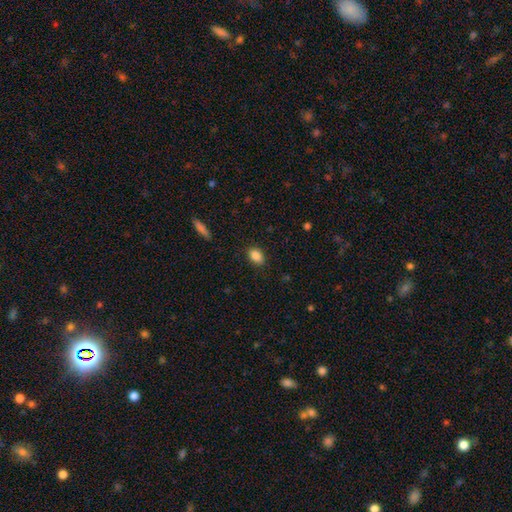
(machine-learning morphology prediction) Smooth or featured?
  - smooth: 87% *
  - star or artifact: 8%
  - featured or disk: 4%
How rounded?
  - in between: 84% *
  - round: 14%
  - cigar-shaped: 2%
Merging?
  - none: 86% *
  - minor disturbance: 11%
  - major disturbance: 3%
  - merger: 1%